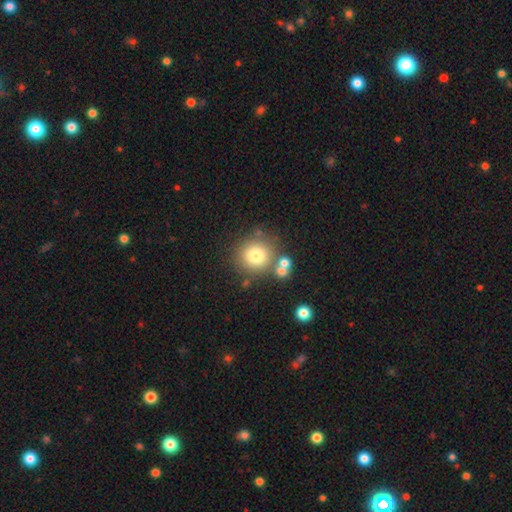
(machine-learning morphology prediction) Smooth or featured: smooth — 75% (featured or disk — 13%)
How rounded: round — 91% (in between — 8%)
Merging: none — 72% (merger — 14%)